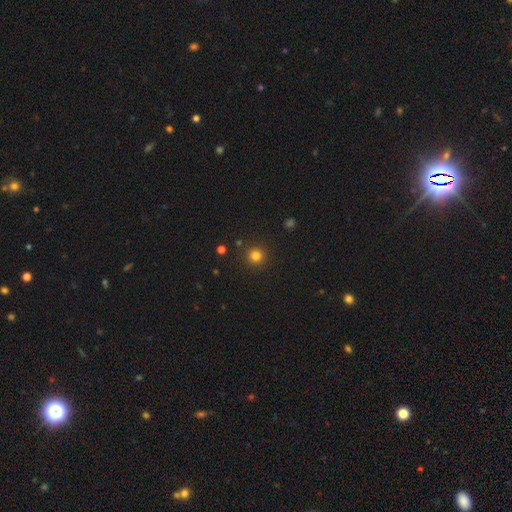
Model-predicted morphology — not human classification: Overall: smooth (81%). How rounded: round (94%). Merging: none (90%).